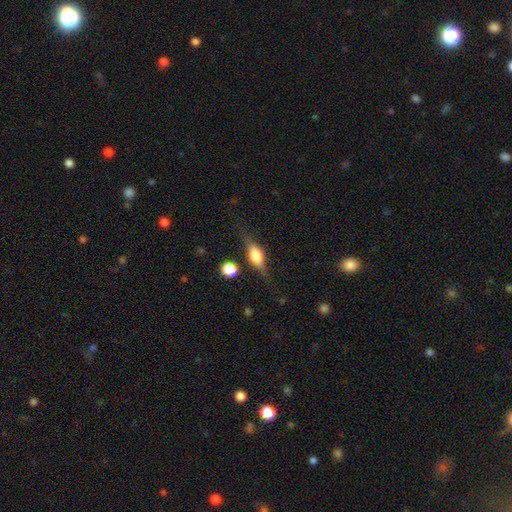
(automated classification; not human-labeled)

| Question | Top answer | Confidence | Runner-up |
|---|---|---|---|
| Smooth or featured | featured or disk | 46% | tied: smooth (46%) |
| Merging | none | 71% | minor disturbance (19%) |